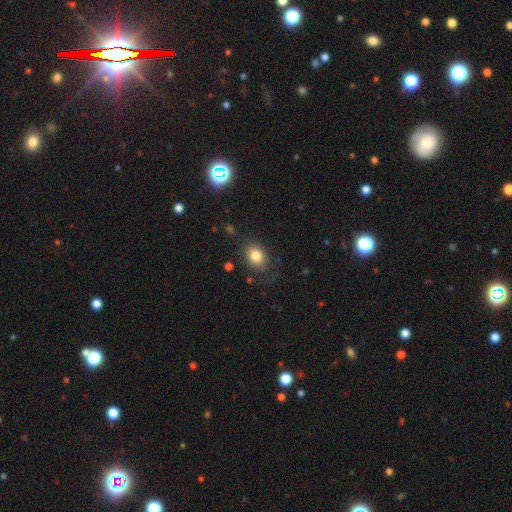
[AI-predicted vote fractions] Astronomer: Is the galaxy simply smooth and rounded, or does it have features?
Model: smooth — 82%.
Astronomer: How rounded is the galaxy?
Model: in between — 61% (runner-up: round, 37%).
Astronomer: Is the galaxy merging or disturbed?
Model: none — 78%.